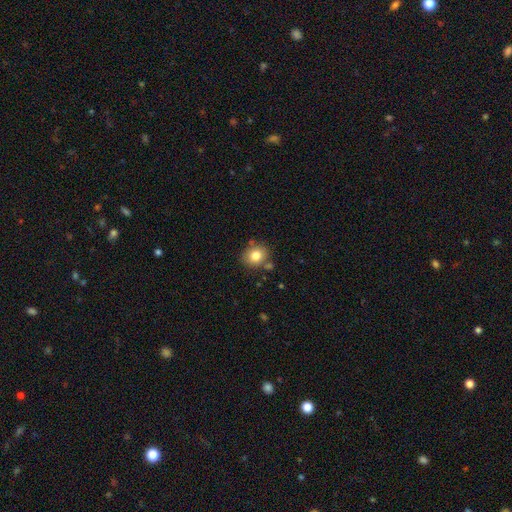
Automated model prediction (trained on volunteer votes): smooth 80%, star or artifact 10%, featured or disk 10%. Down the decision tree: how rounded — round (68%); merging — none (76%).